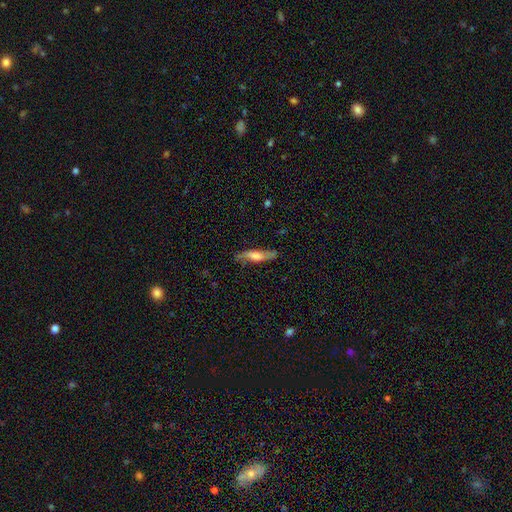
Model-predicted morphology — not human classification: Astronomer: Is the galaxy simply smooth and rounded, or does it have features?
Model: smooth — 49% (runner-up: featured or disk, 44%).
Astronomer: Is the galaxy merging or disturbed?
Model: none — 73%.